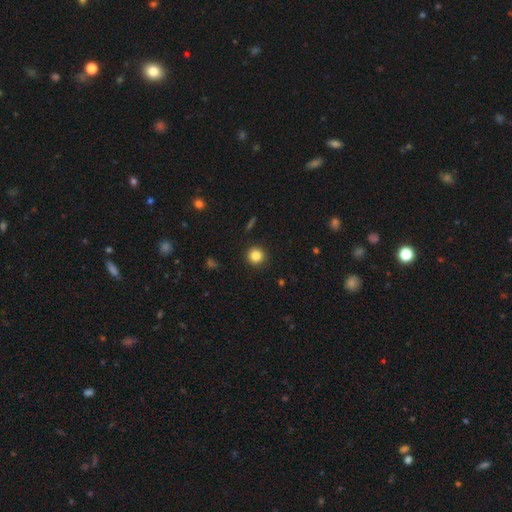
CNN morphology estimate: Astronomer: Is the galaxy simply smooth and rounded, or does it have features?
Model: smooth — 84%.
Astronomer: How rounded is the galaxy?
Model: round — 94%.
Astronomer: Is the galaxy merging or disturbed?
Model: none — 92%.